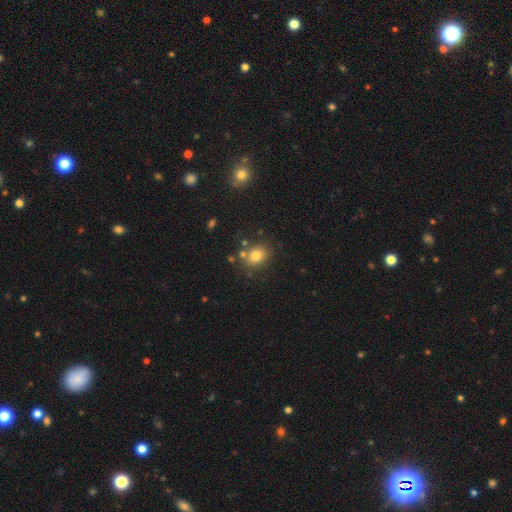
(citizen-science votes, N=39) Overall: smooth (77%). How rounded: round (63%; in between 37%). Merging: none (77%).